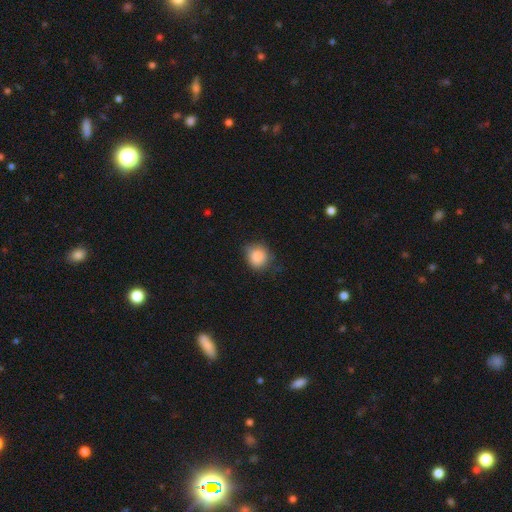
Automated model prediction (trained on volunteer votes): smooth-or-featured: smooth: 85% | star or artifact: 8% | featured or disk: 7%
  how-rounded: round: 83% | in between: 16% | cigar-shaped: 1%
  merging: none: 69% | minor disturbance: 24% | major disturbance: 5% | merger: 1%